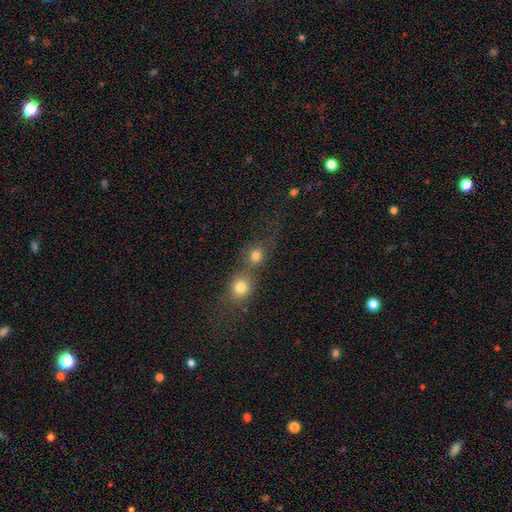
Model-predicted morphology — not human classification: smooth-or-featured: smooth: 77% | star or artifact: 13% | featured or disk: 9%
  how-rounded: round: 81% | in between: 17% | cigar-shaped: 2%
  merging: merger: 51% | none: 38% | minor disturbance: 6% | major disturbance: 5%